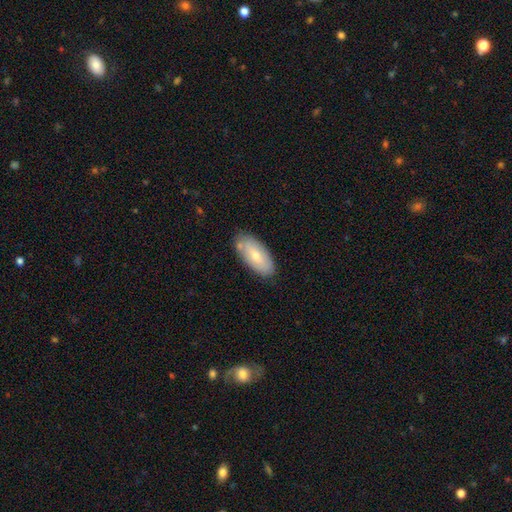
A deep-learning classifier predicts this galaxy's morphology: smooth_or_featured: smooth (p=0.65) [alt: featured or disk p=0.28]
how_rounded: in between (p=0.89) [alt: cigar-shaped p=0.09]
merging: none (p=0.78) [alt: minor disturbance p=0.15]